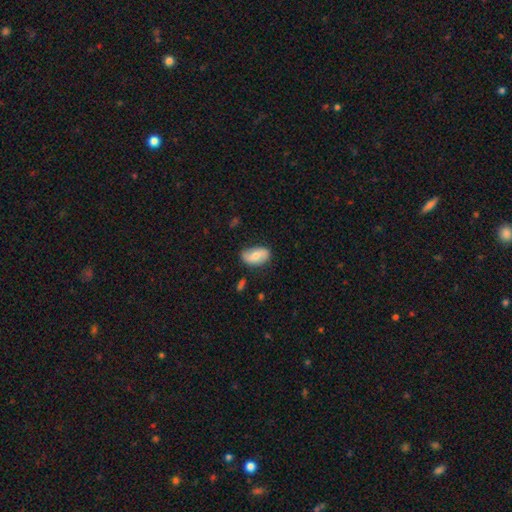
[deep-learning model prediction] Q: Smooth or featured?
A: smooth (59%); runner-up: featured or disk (35%)
Q: How rounded?
A: in between (92%); runner-up: round (5%)
Q: Merging?
A: none (74%); runner-up: minor disturbance (20%)